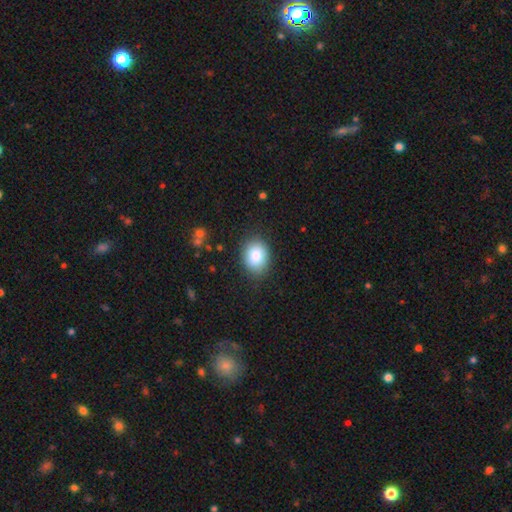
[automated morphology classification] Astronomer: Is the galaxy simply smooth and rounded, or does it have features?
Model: smooth — 84%.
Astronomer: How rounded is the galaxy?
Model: in between — 65%.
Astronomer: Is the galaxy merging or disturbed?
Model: none — 83%.